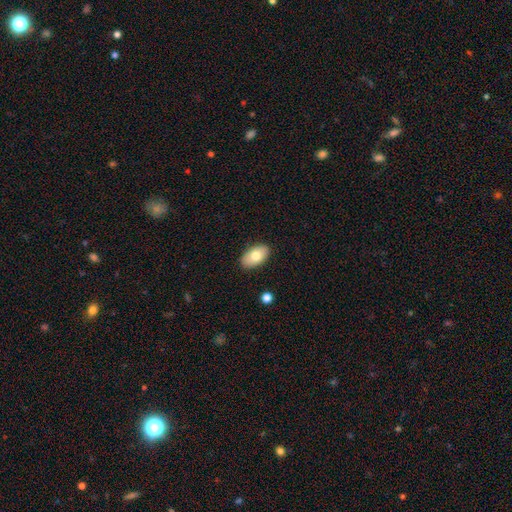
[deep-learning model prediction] smooth 76%, featured or disk 18%, star or artifact 6%. Down the decision tree: how rounded — in between (94%); merging — none (88%).